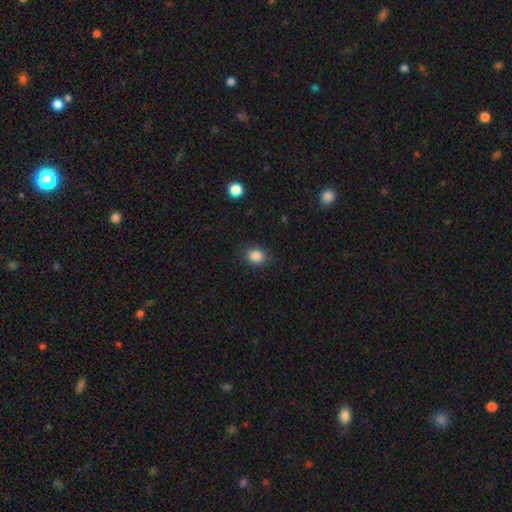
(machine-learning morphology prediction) Q: Smooth or featured?
A: smooth (86%); runner-up: star or artifact (10%)
Q: How rounded?
A: round (61%); runner-up: in between (38%)
Q: Merging?
A: none (85%); runner-up: minor disturbance (11%)